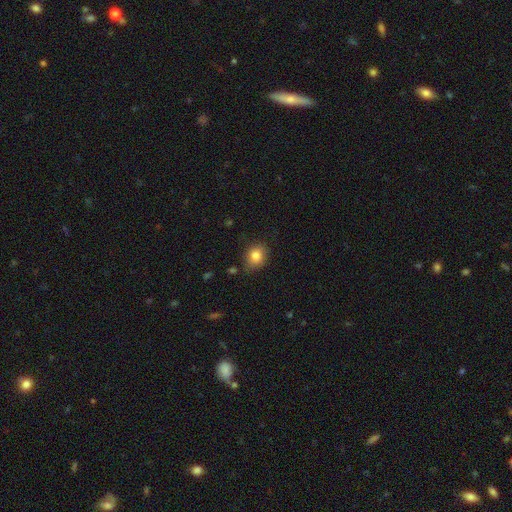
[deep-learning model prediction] Morphology: type=smooth (83%); roundness=round (56%); merging=none (77%).